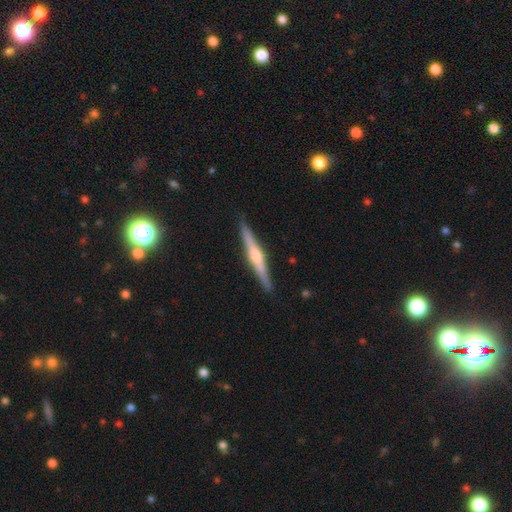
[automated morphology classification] featured or disk 76%, smooth 18%, star or artifact 6%. Down the decision tree: edge-on disk — yes (98%); edge-on bulge — rounded (86%); merging — none (91%).